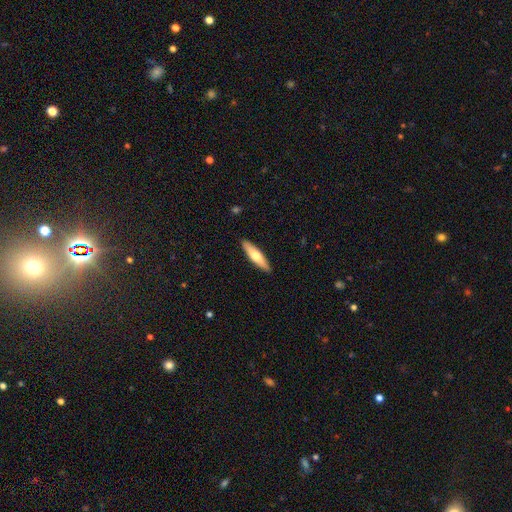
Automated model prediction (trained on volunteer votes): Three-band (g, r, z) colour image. It shows a smooth galaxy with no disk features (61%) that is cigar-shaped (75%). Merging: none (90%).